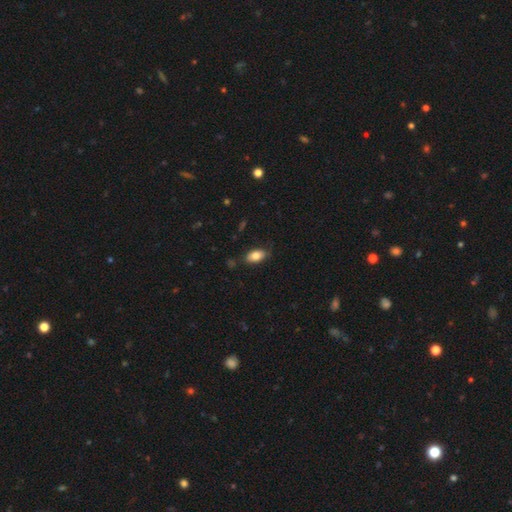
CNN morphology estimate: smooth 81%, featured or disk 12%, star or artifact 7%. Down the decision tree: how rounded — in between (91%); merging — none (79%).